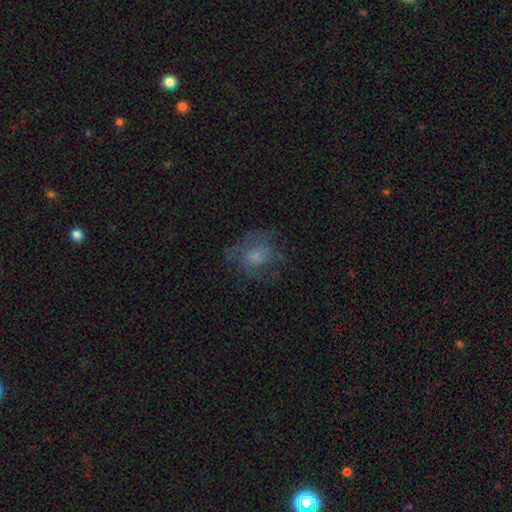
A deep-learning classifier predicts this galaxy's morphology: smooth_or_featured: featured or disk (p=0.45) [alt: smooth p=0.43]
merging: none (p=0.50) [alt: major disturbance p=0.27]